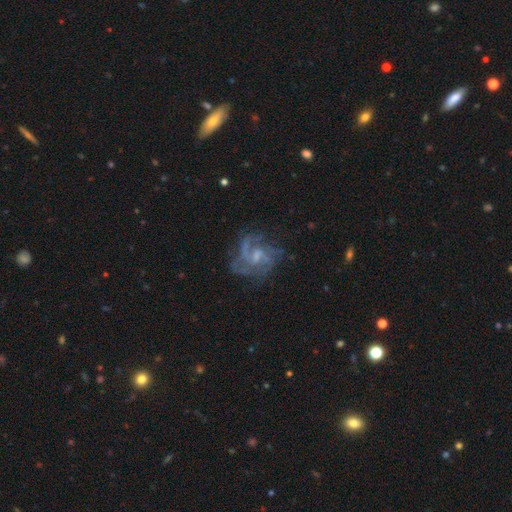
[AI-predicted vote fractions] Smooth or featured? Predicted: featured or disk (p=0.81). Edge-on disk? Predicted: no (p=0.98). Bar? Predicted: weak (p=0.51). Spiral arms? Predicted: yes (p=0.88). Spiral winding? Predicted: medium (p=0.49). Spiral arm count? Predicted: 3 (p=0.31). Bulge size? Predicted: small (p=0.43). Merging? Predicted: none (p=0.59).